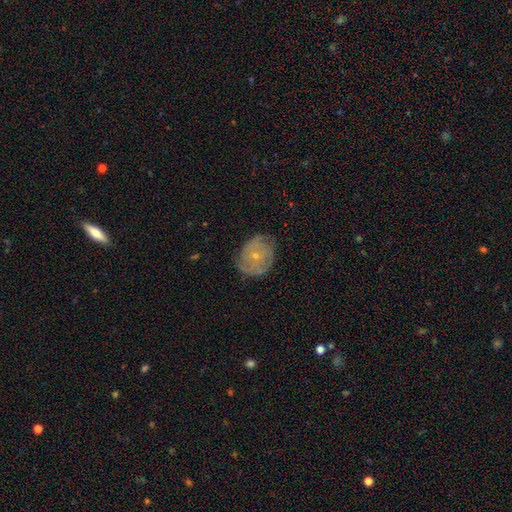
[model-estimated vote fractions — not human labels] This is likely a featured or disk galaxy (61%). It is clearly not viewed edge-on (97%). Bar: clearly no (83%). Spiral arm pattern: likely yes (76%). Central bulge: likely small (75%). Merging: likely none (70%).